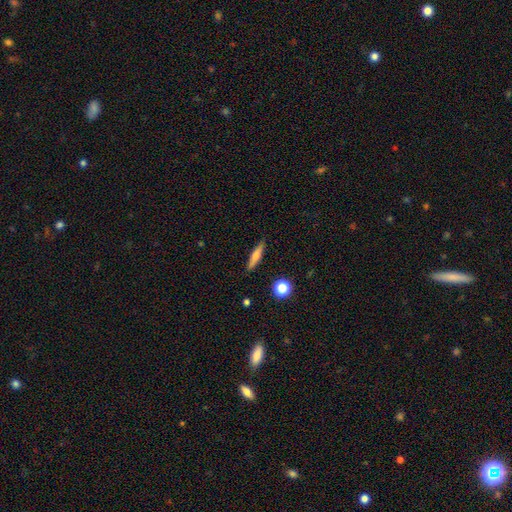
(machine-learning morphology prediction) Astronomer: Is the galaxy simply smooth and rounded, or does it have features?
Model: smooth — 57% (runner-up: featured or disk, 35%).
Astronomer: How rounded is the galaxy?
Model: cigar-shaped — 79%.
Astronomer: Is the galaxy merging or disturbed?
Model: none — 88%.